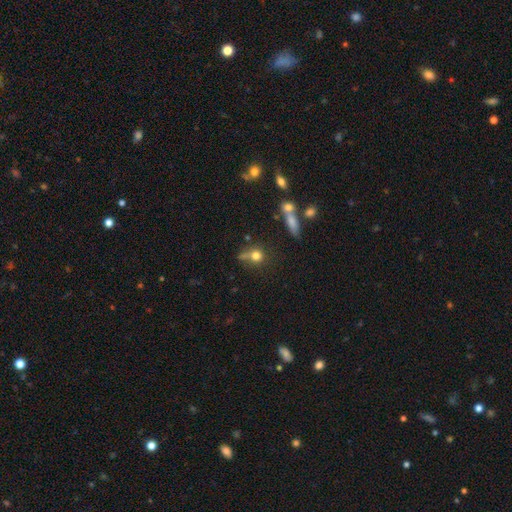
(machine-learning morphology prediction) A smooth galaxy with no disk features (73%) that is round (74%).

Vote fractions:
- Smooth or featured? smooth: 73% / star or artifact: 14% / featured or disk: 13%
- How rounded? round: 74% / in between: 21% / cigar-shaped: 5%
- Merging? none: 44% / merger: 23% / minor disturbance: 18% / major disturbance: 14%